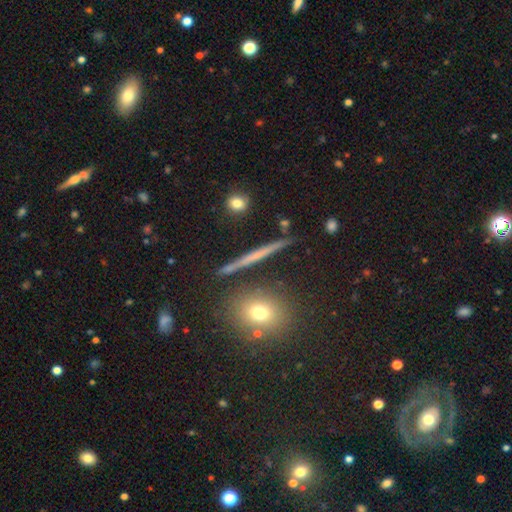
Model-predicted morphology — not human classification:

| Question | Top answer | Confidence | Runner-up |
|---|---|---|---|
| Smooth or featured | featured or disk | 53% | smooth (34%) |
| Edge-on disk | yes | 94% | no (6%) |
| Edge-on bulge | none | 84% | rounded (12%) |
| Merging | none | 89% | minor disturbance (6%) |